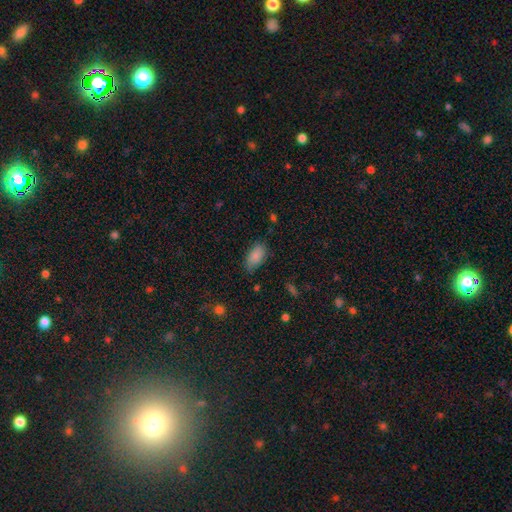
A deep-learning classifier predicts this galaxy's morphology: This is clearly a smooth galaxy (87%). How rounded: clearly in between (92%). Merging: likely none (73%).